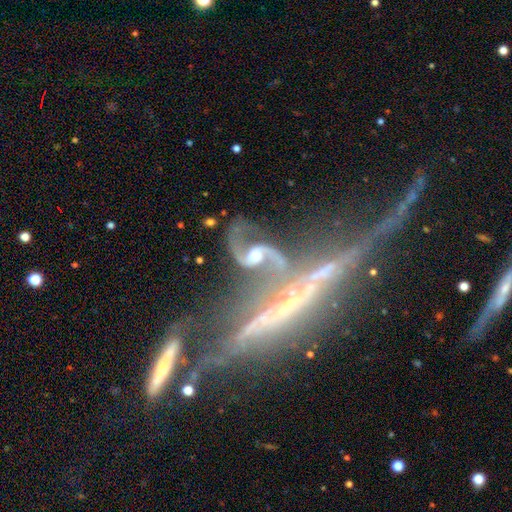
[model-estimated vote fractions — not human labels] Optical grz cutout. It shows a featured or disk galaxy (83%) with no bar (50%), 2 (90%) loose (69%) spiral arms (92%) and a moderate central bulge (53%). Merging: merger (47%).